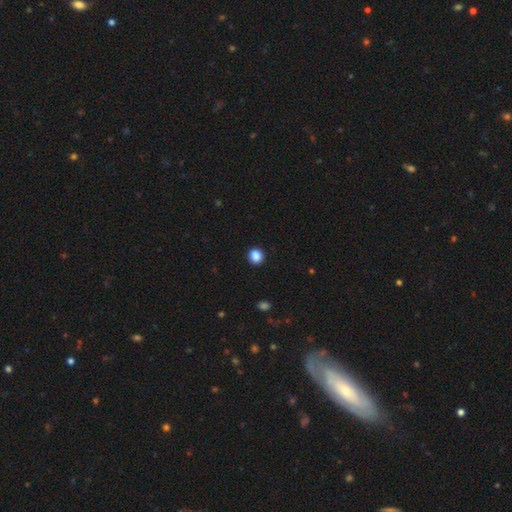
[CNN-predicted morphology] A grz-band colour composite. It shows a smooth galaxy with no disk features (87%) that is round (85%). Merging: none (91%).